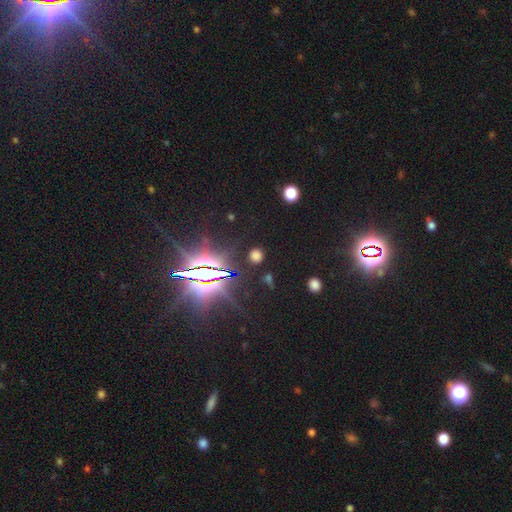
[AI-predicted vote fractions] Smooth or featured?
  - smooth: 52% *
  - star or artifact: 40%
  - featured or disk: 7%
How rounded?
  - round: 79% *
  - in between: 19%
  - cigar-shaped: 2%
Merging?
  - none: 84% *
  - minor disturbance: 9%
  - major disturbance: 4%
  - merger: 3%